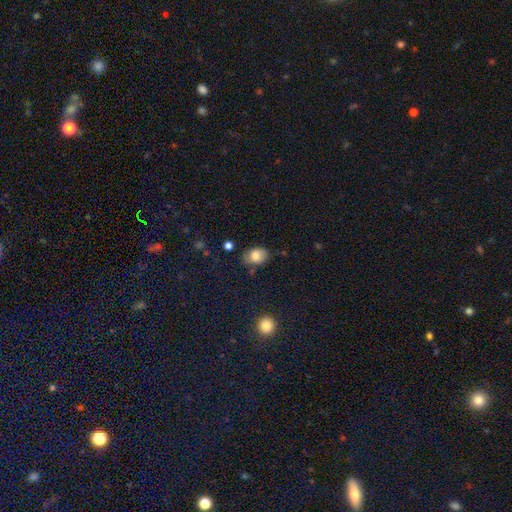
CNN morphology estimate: smooth-or-featured: smooth: 77% | featured or disk: 14% | star or artifact: 9%
  how-rounded: in between: 78% | round: 21% | cigar-shaped: 1%
  merging: none: 75% | minor disturbance: 18% | major disturbance: 4% | merger: 3%